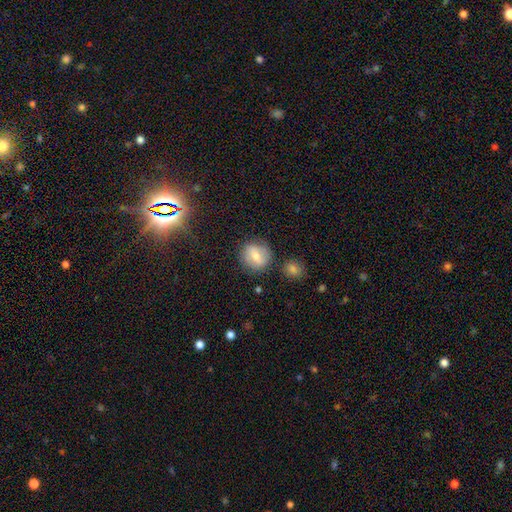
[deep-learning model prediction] This is likely a smooth galaxy (61%). How rounded: clearly round (82%). Merging: likely none (78%).